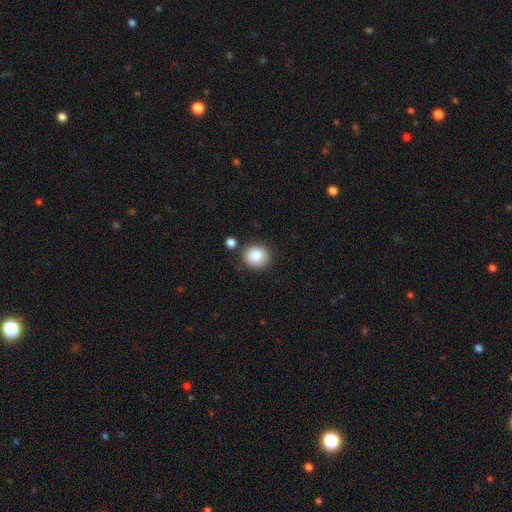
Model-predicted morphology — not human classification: The model was most divided on "how rounded": round: 83%, in between: 16%, cigar-shaped: 1%. More confident: smooth or featured — smooth (87%); merging — none (79%).